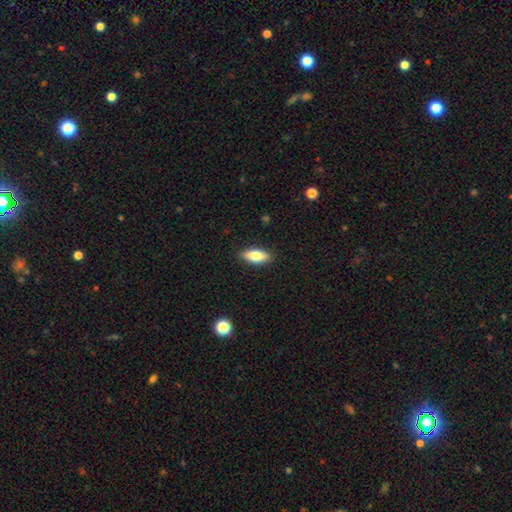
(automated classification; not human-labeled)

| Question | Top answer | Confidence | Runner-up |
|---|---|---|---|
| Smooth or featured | smooth | 76% | featured or disk (18%) |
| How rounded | in between | 78% | cigar-shaped (19%) |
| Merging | none | 89% | minor disturbance (8%) |